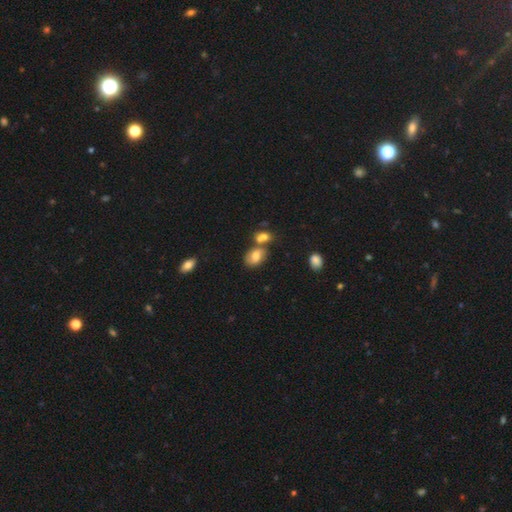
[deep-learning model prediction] Smooth or featured: smooth — 68% (featured or disk — 22%)
How rounded: in between — 78% (round — 21%)
Merging: none — 43% (merger — 36%)